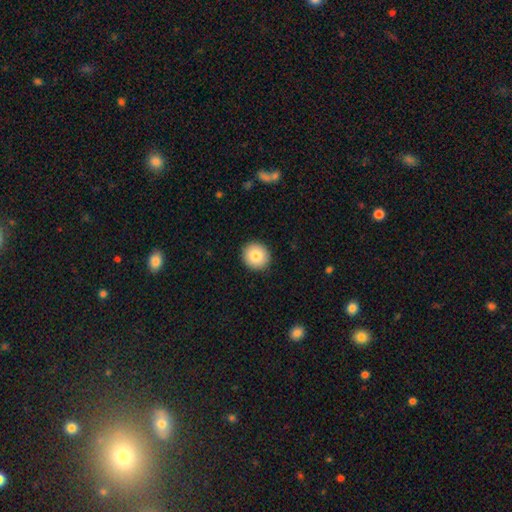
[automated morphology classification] Q: Smooth or featured?
A: smooth (83%); runner-up: featured or disk (9%)
Q: How rounded?
A: round (93%); runner-up: in between (6%)
Q: Merging?
A: none (92%); runner-up: minor disturbance (5%)